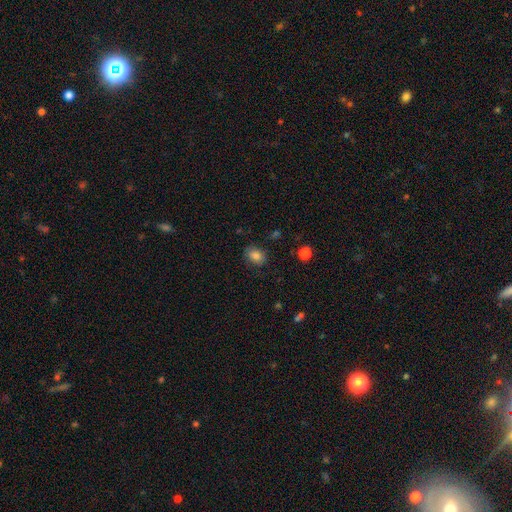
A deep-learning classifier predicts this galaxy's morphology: Smooth or featured? Predicted: smooth (p=0.82). How rounded? Predicted: in between (p=0.67). Merging? Predicted: none (p=0.80).